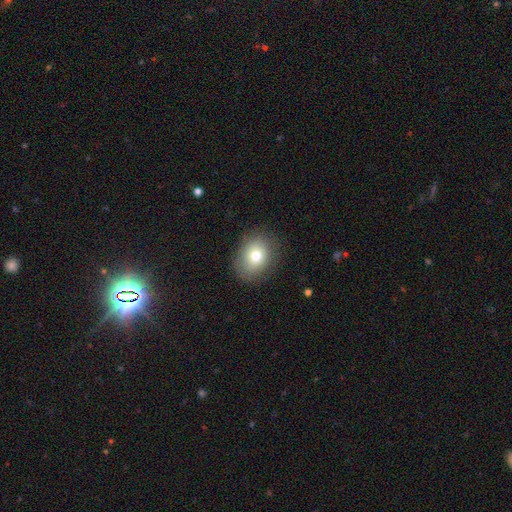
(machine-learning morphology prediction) Smooth or featured: smooth — 77% (featured or disk — 13%)
How rounded: in between — 53% (round — 46%)
Merging: none — 84% (minor disturbance — 11%)